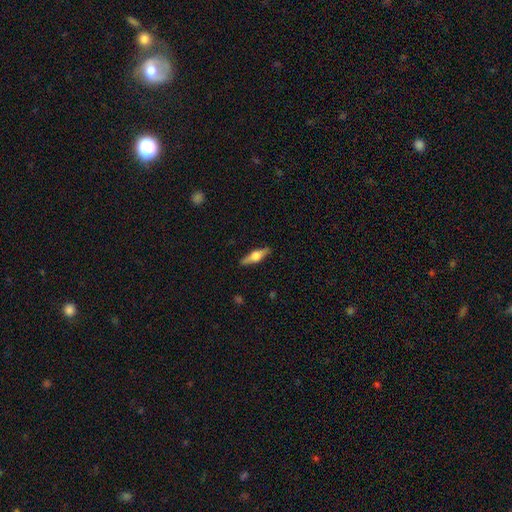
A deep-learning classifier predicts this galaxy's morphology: A featured or disk galaxy (59%) viewed edge-on (95%) with a rounded central bulge (93%).

Vote fractions:
- Smooth or featured? featured or disk: 59% / smooth: 36% / star or artifact: 6%
- Edge-on disk? yes: 95% / no: 5%
- Edge-on bulge? rounded: 93% / boxy: 5% / none: 2%
- Merging? none: 88% / minor disturbance: 9% / major disturbance: 2% / merger: 1%